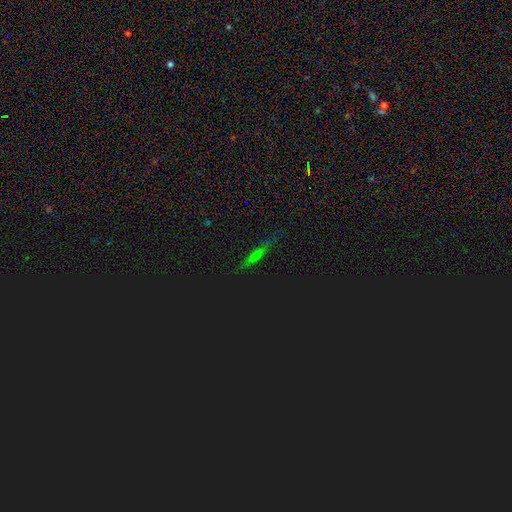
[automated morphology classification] The model was most divided on "smooth or featured": star or artifact: 40%, smooth: 38%, featured or disk: 22%.